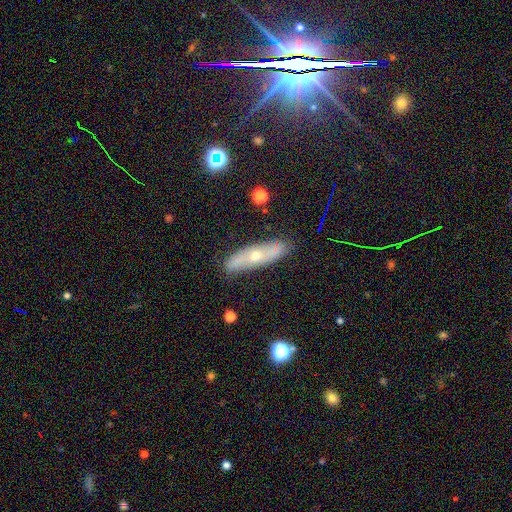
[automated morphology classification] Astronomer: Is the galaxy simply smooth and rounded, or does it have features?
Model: featured or disk — 53% (runner-up: smooth, 39%).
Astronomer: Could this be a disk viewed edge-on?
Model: no — 52% (runner-up: yes, 48%).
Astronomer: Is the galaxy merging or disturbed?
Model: none — 80%.